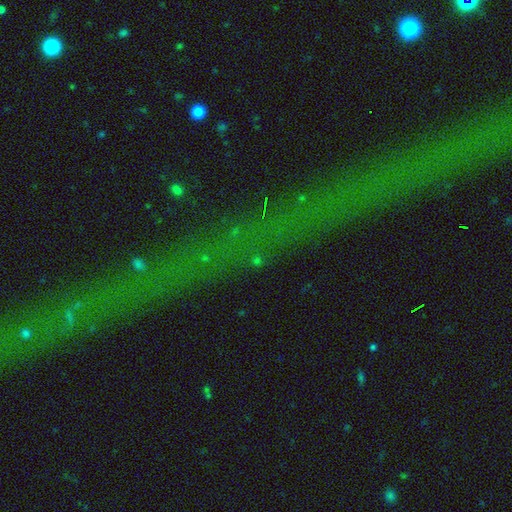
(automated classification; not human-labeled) Q: Smooth or featured?
A: star or artifact (65%); runner-up: featured or disk (21%)